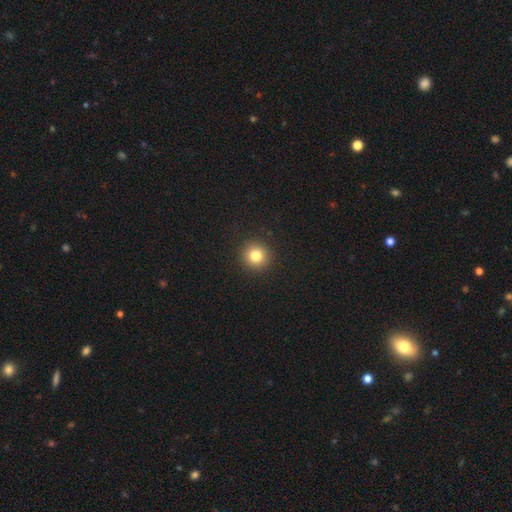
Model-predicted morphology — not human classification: type=smooth (81%); roundness=round (94%); merging=none (93%).